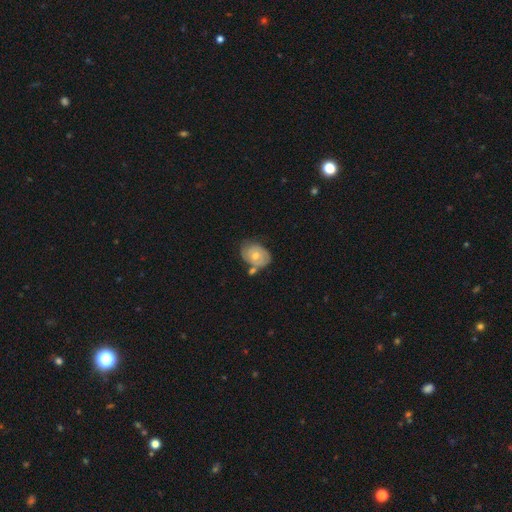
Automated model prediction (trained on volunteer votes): A featured or disk galaxy (48%).

Vote fractions:
- Smooth or featured? featured or disk: 48% / smooth: 45% / star or artifact: 7%
- Merging? none: 49% / minor disturbance: 24% / merger: 20% / major disturbance: 8%